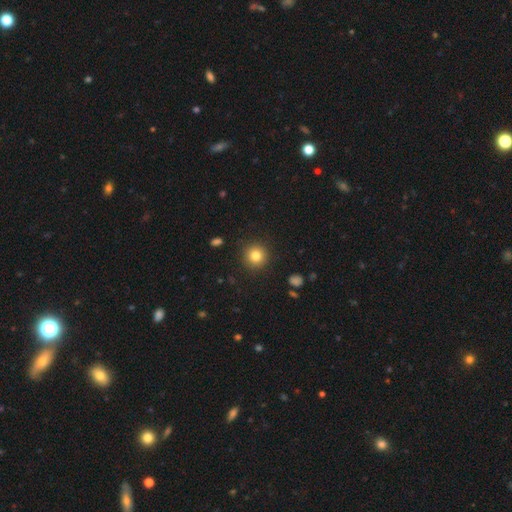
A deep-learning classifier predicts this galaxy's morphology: Smooth or featured? smooth (82%)
How rounded? round (95%)
Merging? none (91%)